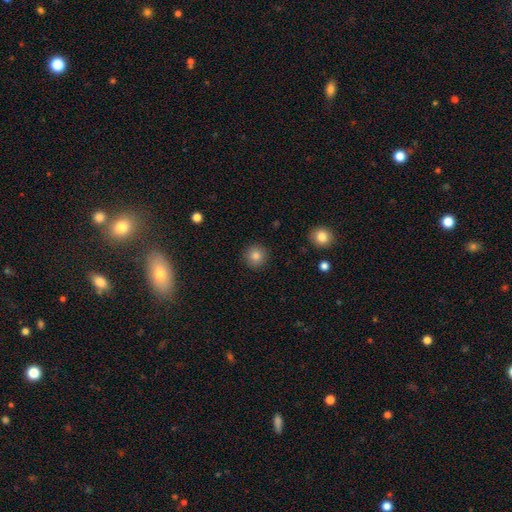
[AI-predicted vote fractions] Smooth or featured?
  - smooth: 83% *
  - star or artifact: 10%
  - featured or disk: 7%
How rounded?
  - round: 94% *
  - in between: 5%
  - cigar-shaped: 1%
Merging?
  - none: 91% *
  - minor disturbance: 6%
  - major disturbance: 2%
  - merger: 1%